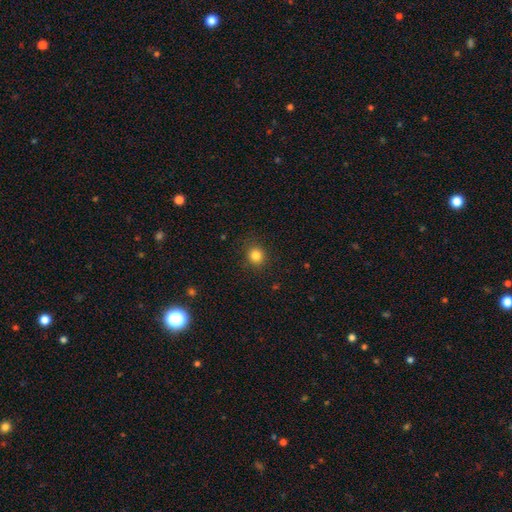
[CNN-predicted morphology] Smooth or featured?
  - smooth: 83% *
  - star or artifact: 12%
  - featured or disk: 5%
How rounded?
  - round: 86% *
  - in between: 14%
  - cigar-shaped: 1%
Merging?
  - none: 88% *
  - minor disturbance: 8%
  - major disturbance: 3%
  - merger: 1%